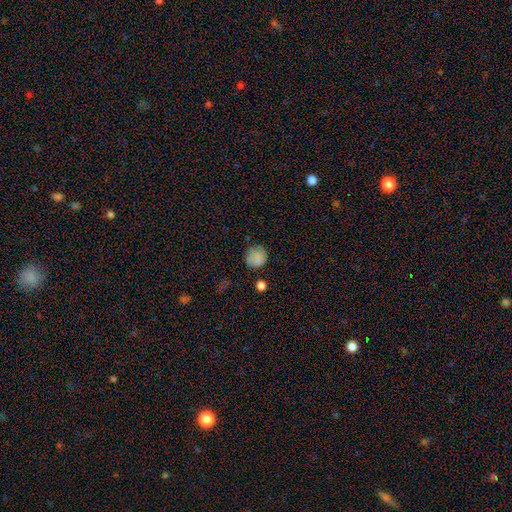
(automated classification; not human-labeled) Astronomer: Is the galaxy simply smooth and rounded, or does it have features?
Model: smooth — 80%.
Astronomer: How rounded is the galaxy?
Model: round — 84%.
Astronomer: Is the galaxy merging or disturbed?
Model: none — 72%.